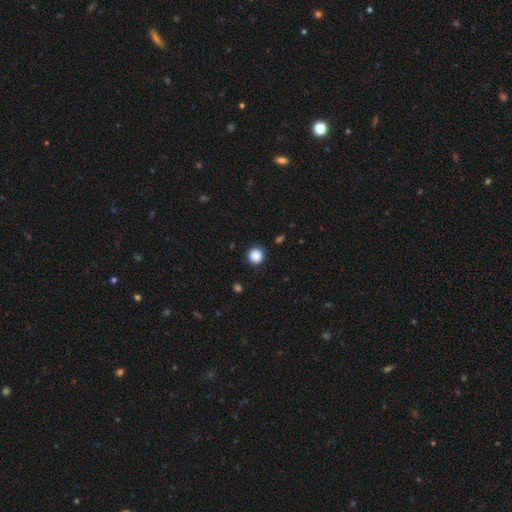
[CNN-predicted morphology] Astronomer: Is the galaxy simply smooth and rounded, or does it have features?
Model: smooth — 87%.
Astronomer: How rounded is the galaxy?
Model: round — 93%.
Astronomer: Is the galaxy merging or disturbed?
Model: none — 89%.